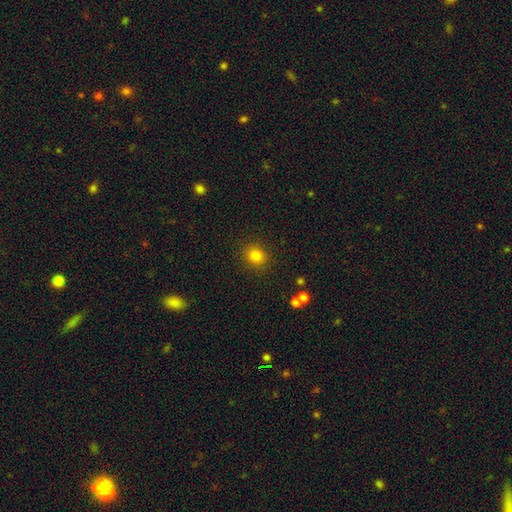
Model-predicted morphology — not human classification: A smooth galaxy with no disk features (83%) that is round (81%).

Vote fractions:
- Smooth or featured? smooth: 83% / star or artifact: 12% / featured or disk: 5%
- How rounded? round: 81% / in between: 18% / cigar-shaped: 1%
- Merging? none: 89% / minor disturbance: 7% / major disturbance: 2% / merger: 2%